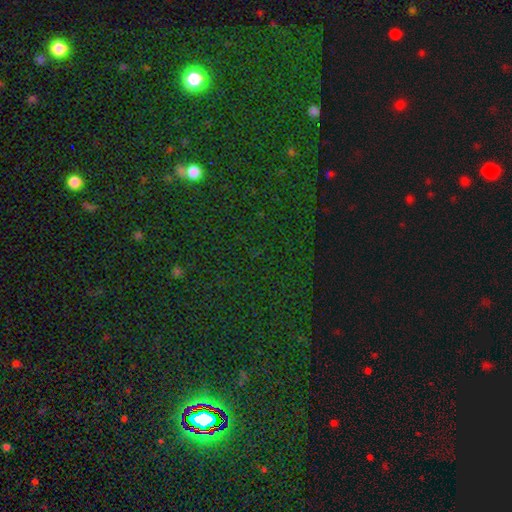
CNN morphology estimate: Q: Smooth or featured?
A: star or artifact (80%); runner-up: smooth (13%)